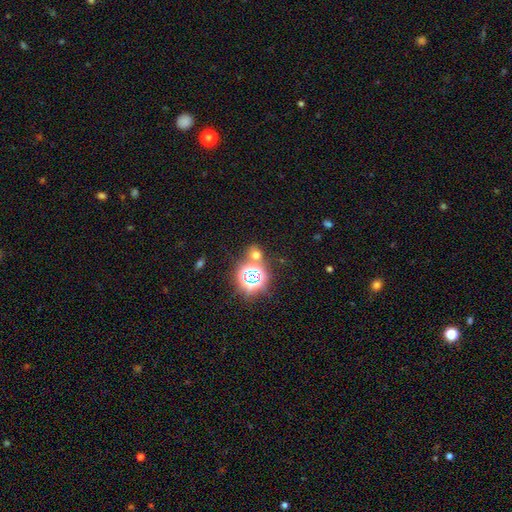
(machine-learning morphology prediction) Q: Smooth or featured?
A: smooth (49%); runner-up: star or artifact (43%)
Q: Merging?
A: none (69%); runner-up: merger (18%)